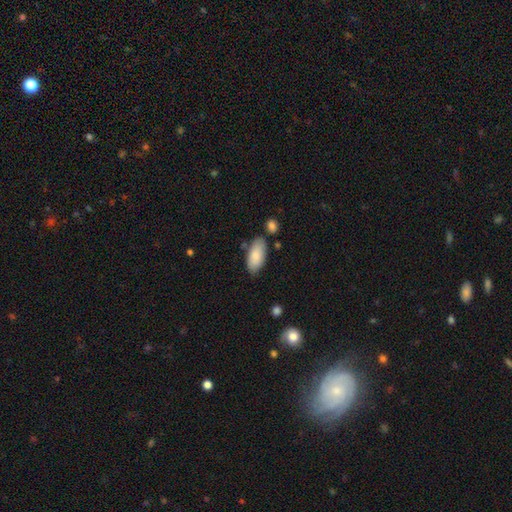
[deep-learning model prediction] Overall: smooth (86%). How rounded: in between (91%). Merging: none (75%).